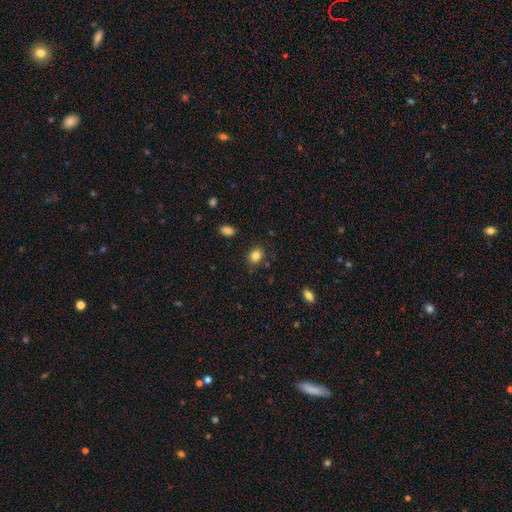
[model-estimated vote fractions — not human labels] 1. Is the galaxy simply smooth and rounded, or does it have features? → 84% smooth, 10% star or artifact, 6% featured or disk.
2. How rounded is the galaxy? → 50% in between, 49% round, 1% cigar-shaped.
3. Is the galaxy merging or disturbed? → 85% none, 10% minor disturbance, 3% major disturbance, 2% merger.